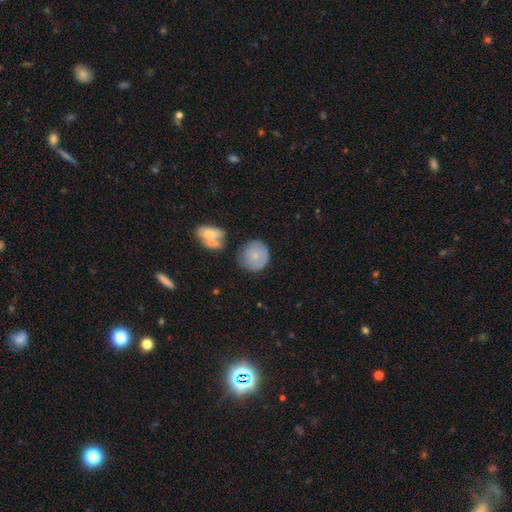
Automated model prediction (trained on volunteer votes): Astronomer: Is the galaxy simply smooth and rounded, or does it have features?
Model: smooth — 70%.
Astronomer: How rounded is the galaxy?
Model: round — 87%.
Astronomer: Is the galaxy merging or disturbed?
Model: none — 63%.